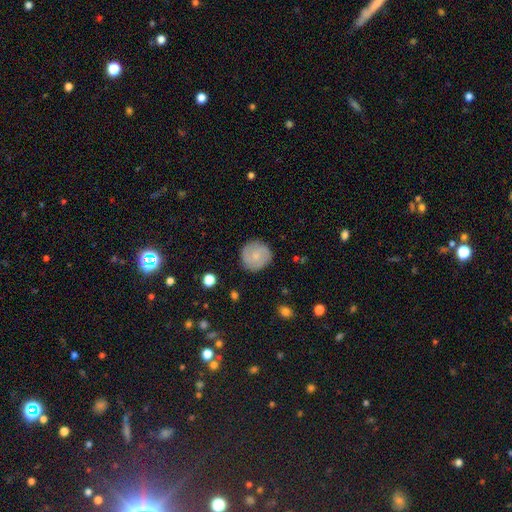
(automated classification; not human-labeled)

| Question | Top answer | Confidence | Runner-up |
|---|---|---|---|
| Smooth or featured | featured or disk | 47% | smooth (46%) |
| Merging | none | 85% | minor disturbance (10%) |